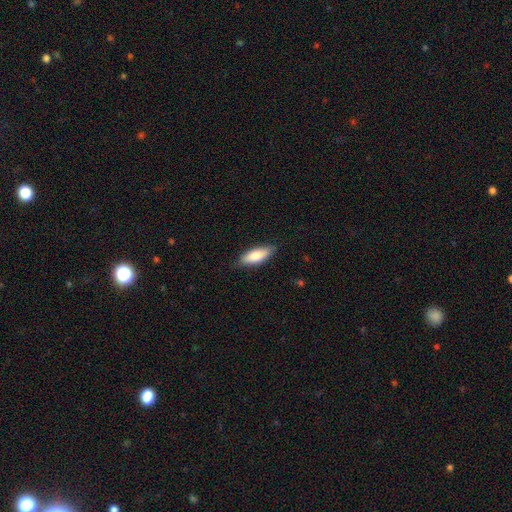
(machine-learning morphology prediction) Smooth or featured: smooth — 81% (featured or disk — 14%)
How rounded: in between — 68% (cigar-shaped — 30%)
Merging: none — 82% (minor disturbance — 14%)